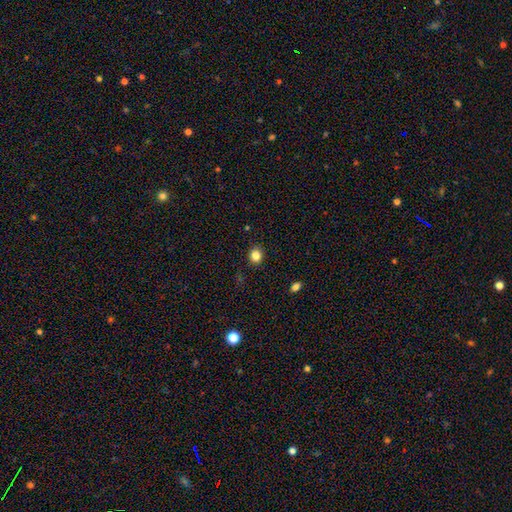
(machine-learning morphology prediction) smooth-or-featured: smooth: 84% | star or artifact: 12% | featured or disk: 4%
  how-rounded: round: 78% | in between: 21% | cigar-shaped: 1%
  merging: none: 90% | minor disturbance: 7% | major disturbance: 2% | merger: 1%